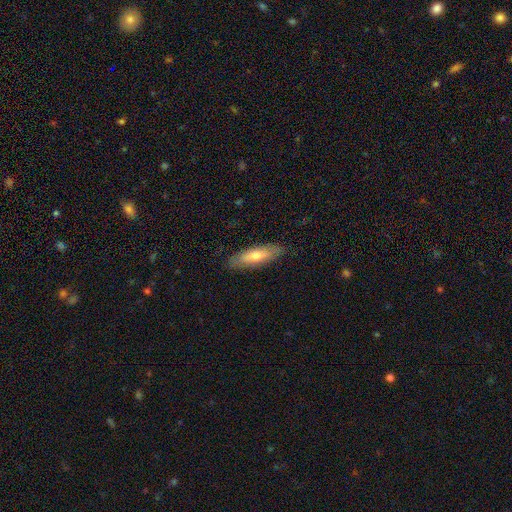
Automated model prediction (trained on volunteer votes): A smooth galaxy with no disk features (61%) that is cigar-shaped (53%). Merging: none (85%).